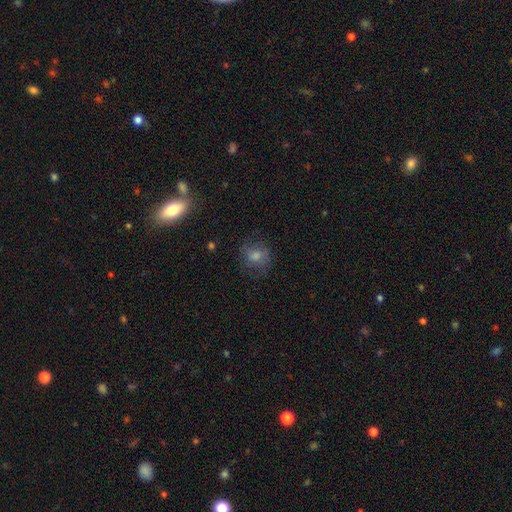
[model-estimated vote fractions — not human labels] smooth 69%, featured or disk 19%, star or artifact 12%. Down the decision tree: how rounded — round (69%); merging — none (67%).